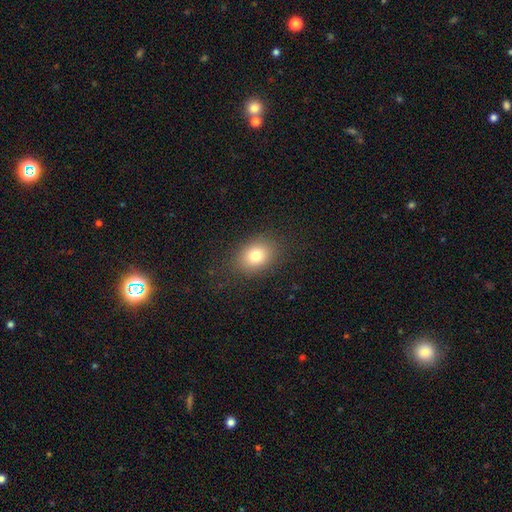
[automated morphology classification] This appears to be a smooth galaxy with no disk features (78%) that is in between round and cigar-shaped (58%). Merging: none (85%).